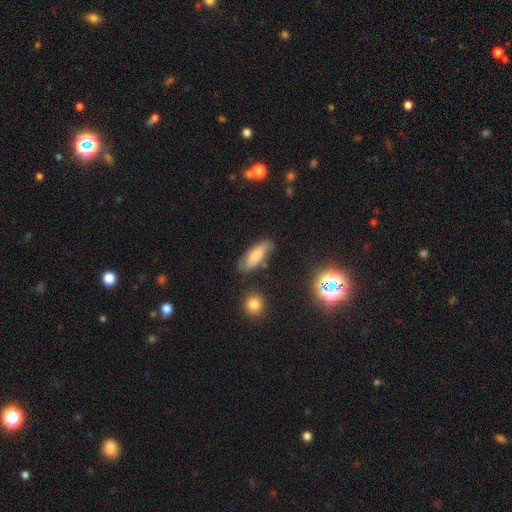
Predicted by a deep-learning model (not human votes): This appears to be a smooth galaxy with no disk features (64%) that is in between round and cigar-shaped (70%). Merging: none (70%).